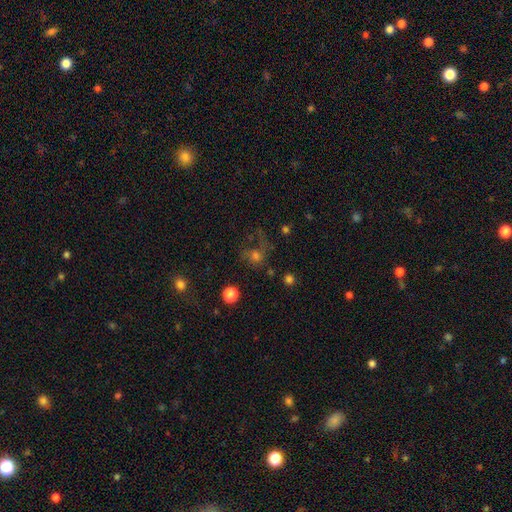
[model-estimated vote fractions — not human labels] This is possibly a smooth galaxy (52%). How rounded: likely round (74%). Merging: marginally none (41%).